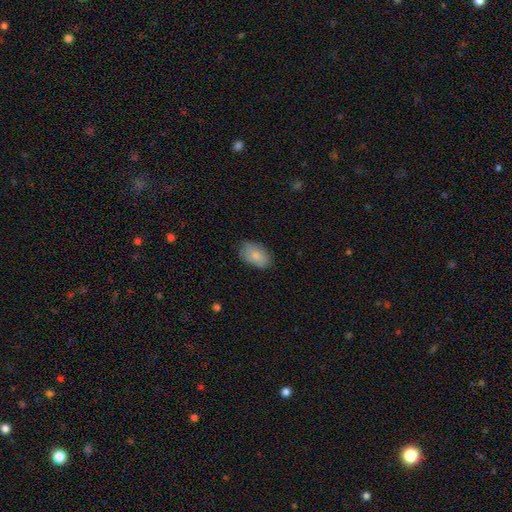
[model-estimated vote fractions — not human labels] A smooth galaxy with no disk features (85%) that is in between round and cigar-shaped (91%).

Vote fractions:
- Smooth or featured? smooth: 85% / featured or disk: 9% / star or artifact: 7%
- How rounded? in between: 91% / round: 8% / cigar-shaped: 1%
- Merging? none: 79% / minor disturbance: 17% / major disturbance: 3% / merger: 1%